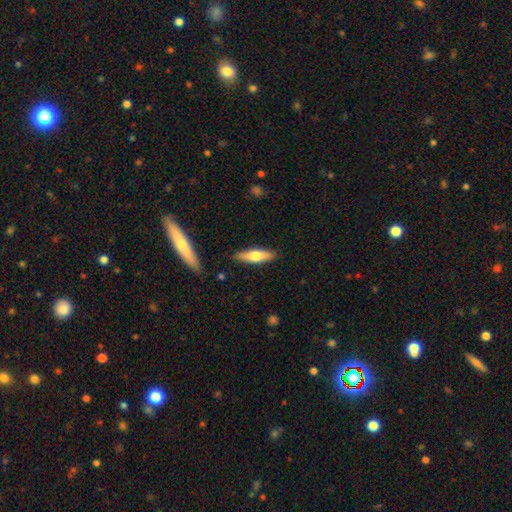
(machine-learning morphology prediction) A smooth galaxy with no disk features (63%) that is cigar-shaped (61%).

Vote fractions:
- Smooth or featured? smooth: 63% / featured or disk: 31% / star or artifact: 6%
- How rounded? cigar-shaped: 61% / in between: 38% / round: 2%
- Merging? none: 87% / minor disturbance: 9% / major disturbance: 2% / merger: 2%